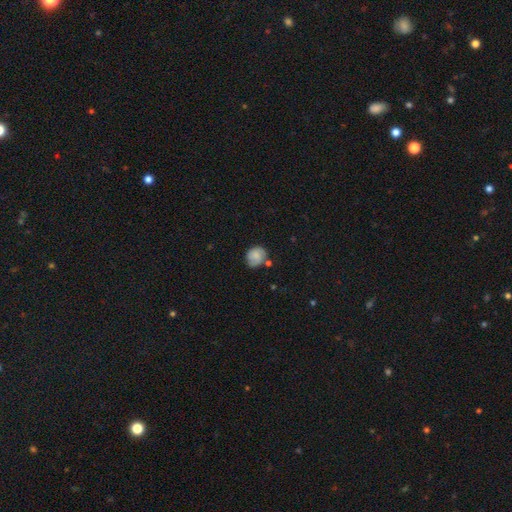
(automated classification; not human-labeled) A smooth galaxy with no disk features (66%) that is round (71%). Merging: none (60%).